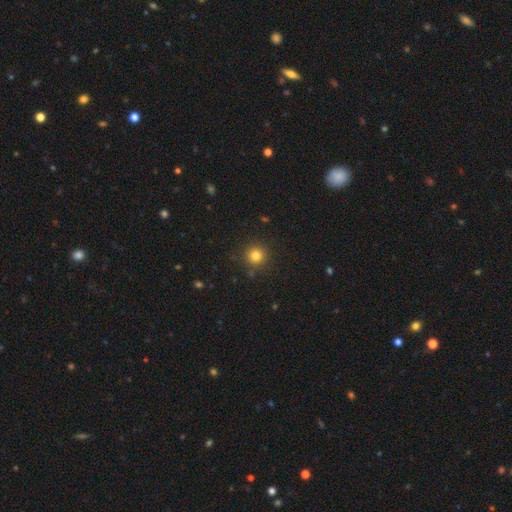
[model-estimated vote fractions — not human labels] Smooth or featured? smooth (81%)
How rounded? round (95%)
Merging? none (90%)